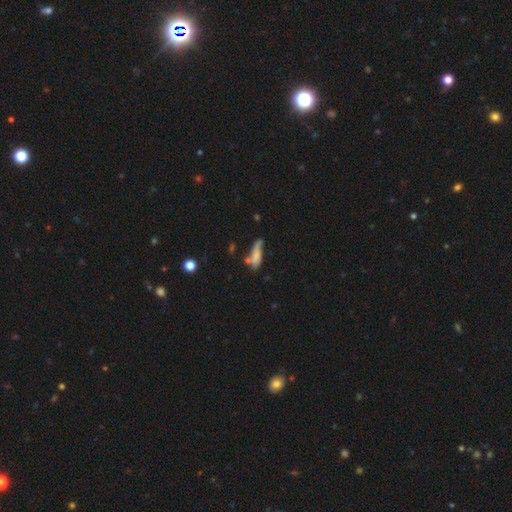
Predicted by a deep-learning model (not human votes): Smooth or featured? smooth (58%)
How rounded? cigar-shaped (53%)
Merging? none (38%)